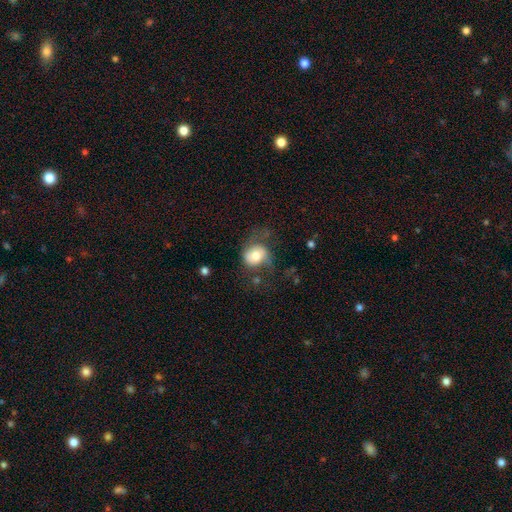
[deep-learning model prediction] smooth-or-featured: smooth: 63% | featured or disk: 29% | star or artifact: 8%
  how-rounded: round: 68% | in between: 31% | cigar-shaped: 1%
  merging: none: 44% | minor disturbance: 28% | major disturbance: 25% | merger: 3%